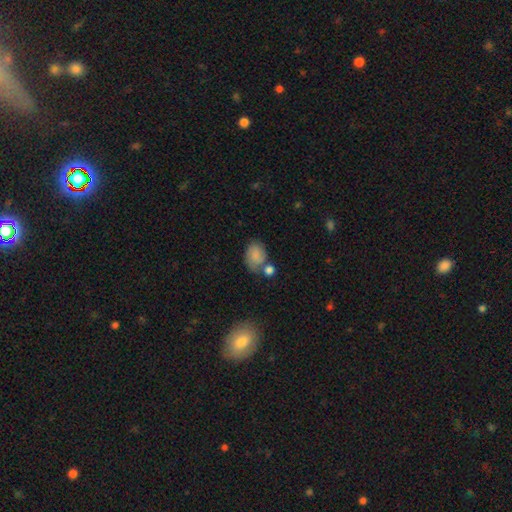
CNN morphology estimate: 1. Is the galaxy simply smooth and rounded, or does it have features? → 72% smooth, 19% featured or disk, 9% star or artifact.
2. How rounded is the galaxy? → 72% in between, 27% round, 1% cigar-shaped.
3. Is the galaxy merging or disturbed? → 47% none, 22% merger, 22% minor disturbance, 9% major disturbance.